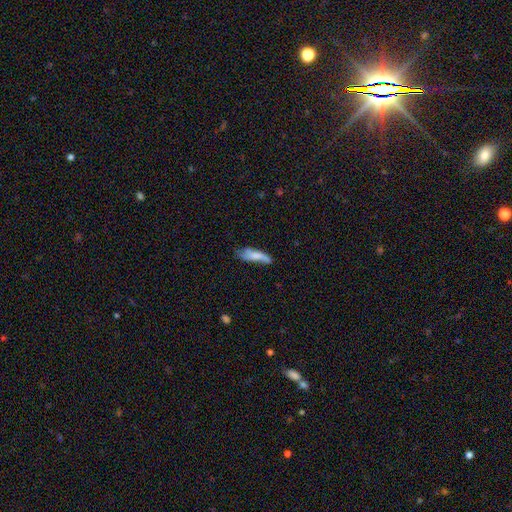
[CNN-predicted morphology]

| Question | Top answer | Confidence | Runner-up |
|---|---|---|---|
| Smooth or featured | smooth | 67% | featured or disk (25%) |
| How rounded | cigar-shaped | 57% | in between (41%) |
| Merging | none | 43% | minor disturbance (34%) |